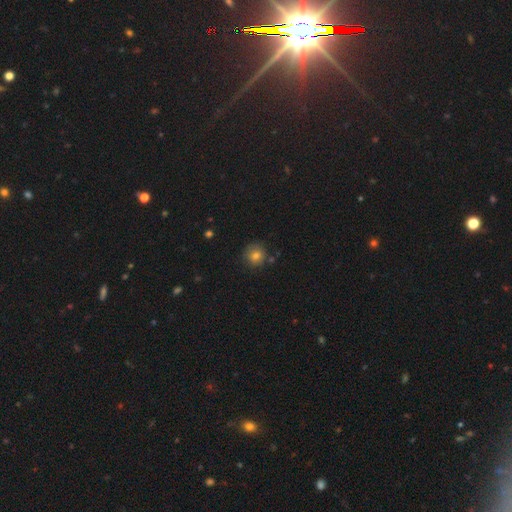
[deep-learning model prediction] Morphology: type=smooth (79%); roundness=round (92%); merging=none (80%).